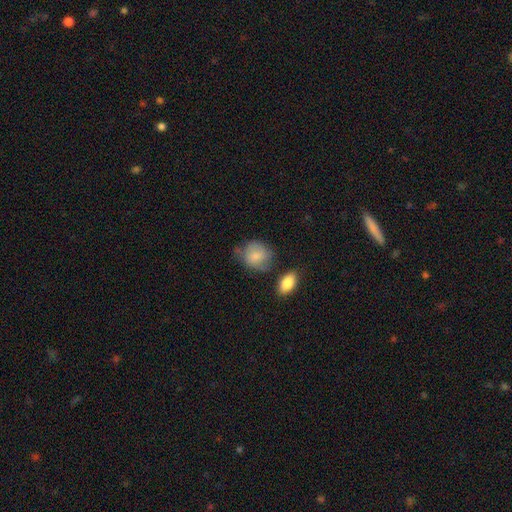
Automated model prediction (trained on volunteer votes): Smooth or featured? smooth (77%)
How rounded? round (58%)
Merging? none (55%)